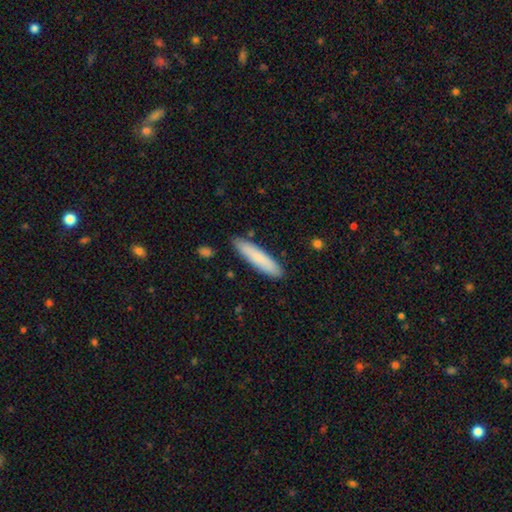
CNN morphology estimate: type=smooth (81%); roundness=cigar-shaped (86%); merging=none (88%).